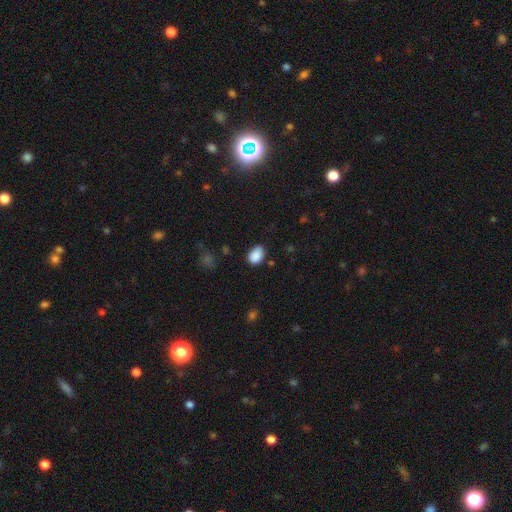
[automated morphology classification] smooth 89%, star or artifact 8%, featured or disk 4%. Down the decision tree: how rounded — in between (83%); merging — none (77%).